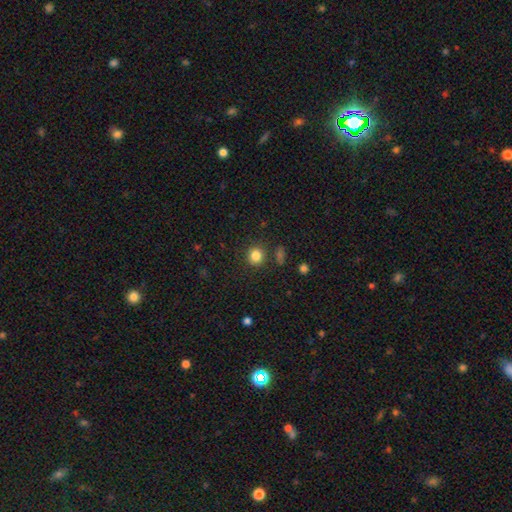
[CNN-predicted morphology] A smooth galaxy with no disk features (83%) that is round (87%). Merging: none (85%).